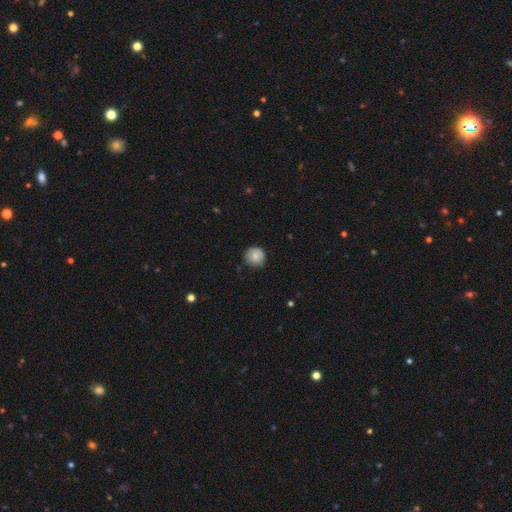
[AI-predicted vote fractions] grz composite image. It shows a smooth galaxy with no disk features (82%) that is round (92%). Merging: none (79%).